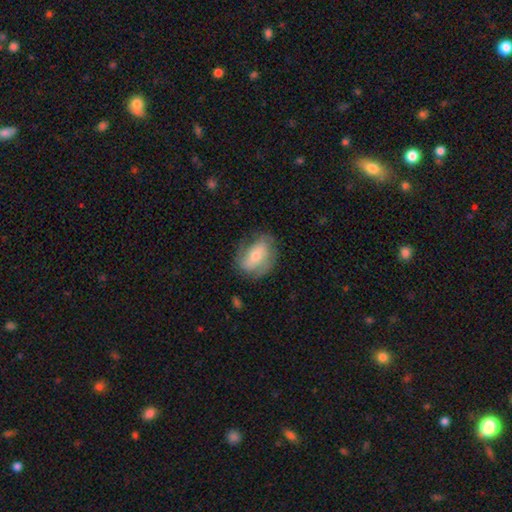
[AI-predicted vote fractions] Q: Smooth or featured?
A: featured or disk (49%); runner-up: smooth (44%)
Q: Merging?
A: none (65%); runner-up: minor disturbance (23%)